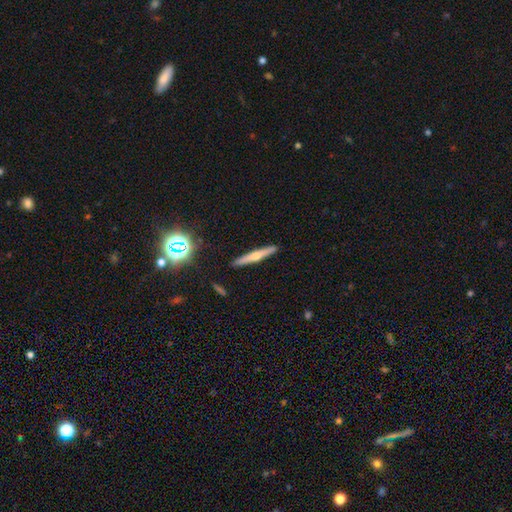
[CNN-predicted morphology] Smooth or featured? Predicted: featured or disk (p=0.58). Edge-on disk? Predicted: yes (p=0.96). Edge-on bulge? Predicted: rounded (p=0.87). Merging? Predicted: none (p=0.91).